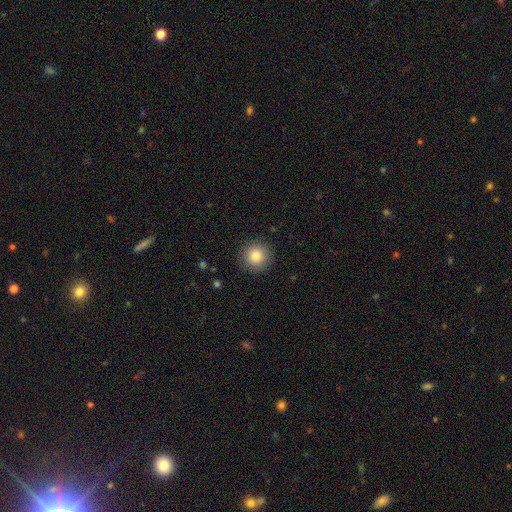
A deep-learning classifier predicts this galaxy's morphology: Smooth or featured? Predicted: smooth (p=0.85). How rounded? Predicted: round (p=0.95). Merging? Predicted: none (p=0.90).